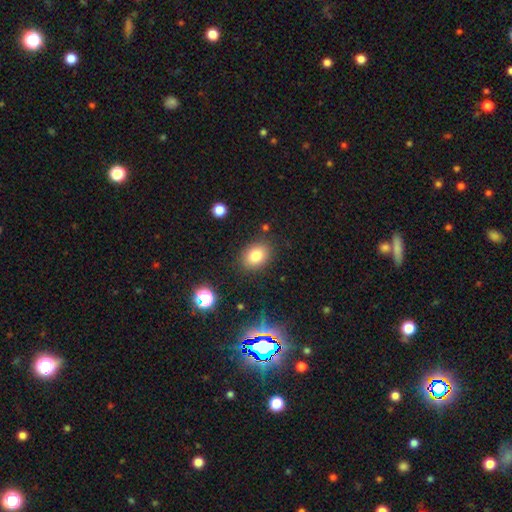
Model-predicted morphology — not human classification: This appears to be a smooth galaxy with no disk features (81%) that is in between round and cigar-shaped (62%). Merging: none (84%).